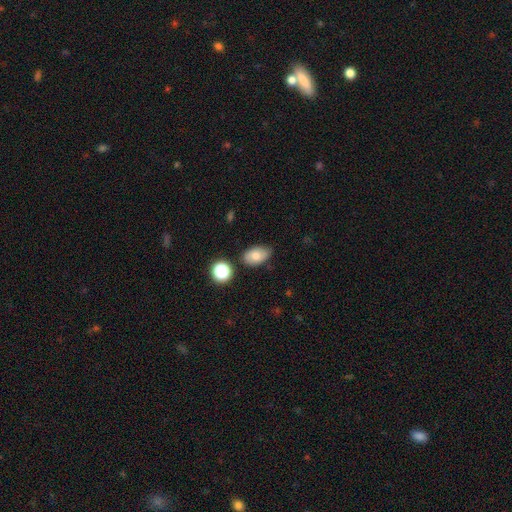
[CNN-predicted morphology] Smooth or featured? Predicted: smooth (p=0.74). How rounded? Predicted: in between (p=0.87). Merging? Predicted: none (p=0.74).